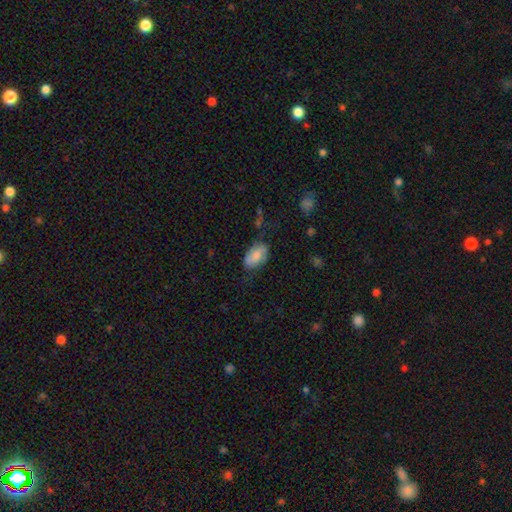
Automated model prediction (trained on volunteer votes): A smooth galaxy with no disk features (77%) that is in between round and cigar-shaped (93%). Merging: none (64%).